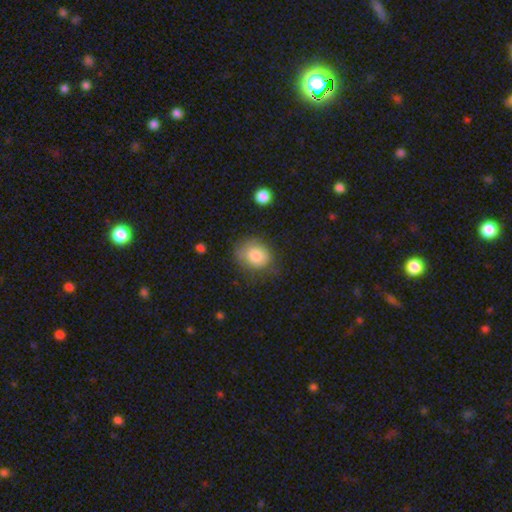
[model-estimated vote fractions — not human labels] Smooth or featured? smooth (81%)
How rounded? round (62%)
Merging? none (65%)